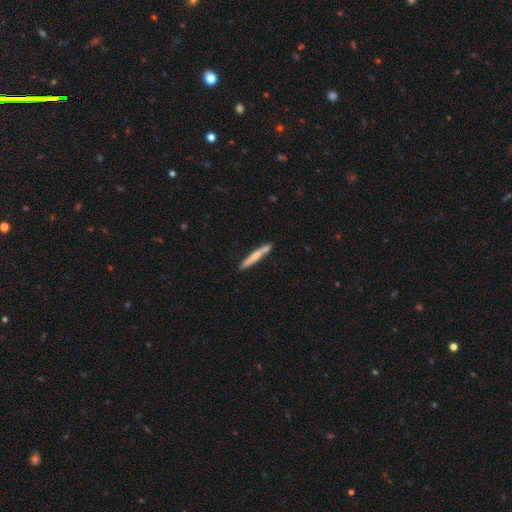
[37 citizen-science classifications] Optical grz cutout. It shows a smooth galaxy with no disk features (76%) that is cigar-shaped (96%). Merging: none (84%).